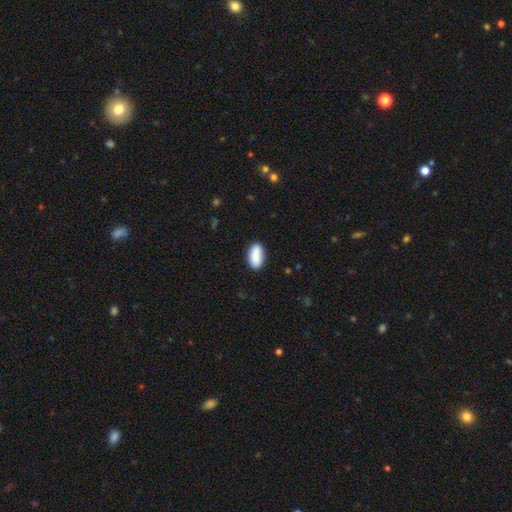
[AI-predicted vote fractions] smooth 89%, star or artifact 6%, featured or disk 4%. Down the decision tree: how rounded — in between (93%); merging — none (86%).